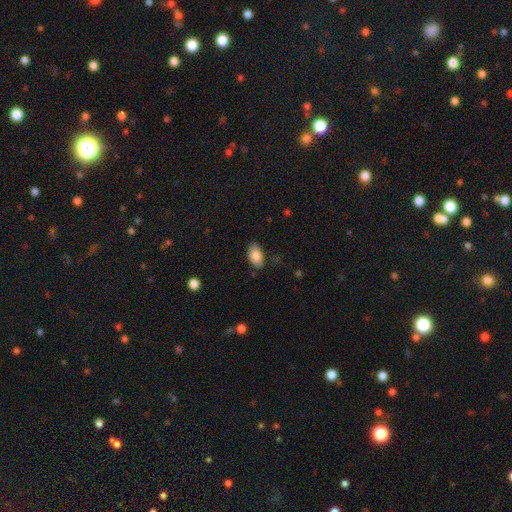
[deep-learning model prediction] smooth_or_featured: smooth (p=0.86) [alt: star or artifact p=0.07]
how_rounded: in between (p=0.93) [alt: round p=0.05]
merging: none (p=0.81) [alt: minor disturbance p=0.14]